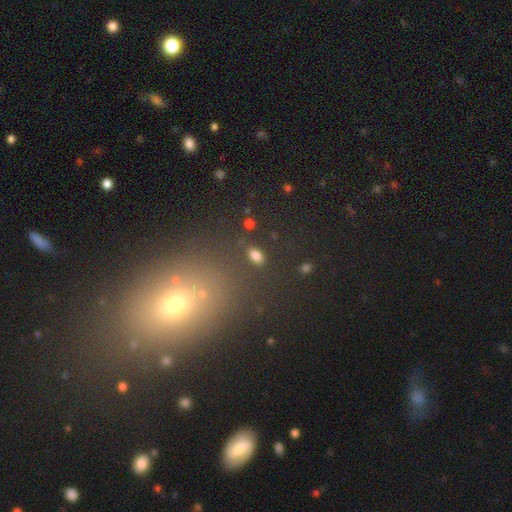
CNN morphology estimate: Q: Smooth or featured?
A: smooth (82%); runner-up: star or artifact (12%)
Q: How rounded?
A: in between (89%); runner-up: round (8%)
Q: Merging?
A: none (85%); runner-up: minor disturbance (9%)